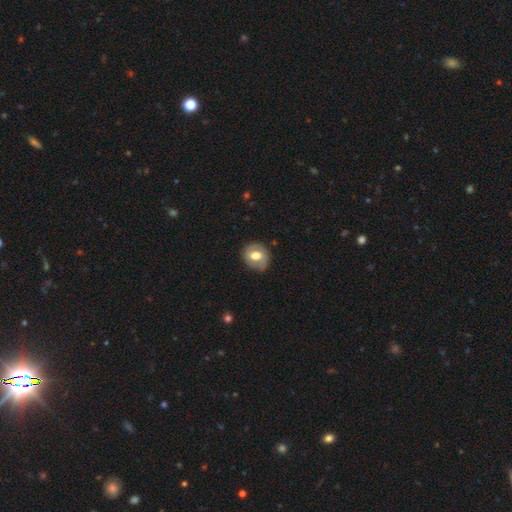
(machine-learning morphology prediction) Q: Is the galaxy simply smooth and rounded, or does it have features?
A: smooth — 51%.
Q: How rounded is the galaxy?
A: round — 66%.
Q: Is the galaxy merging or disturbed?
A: none — 78%.